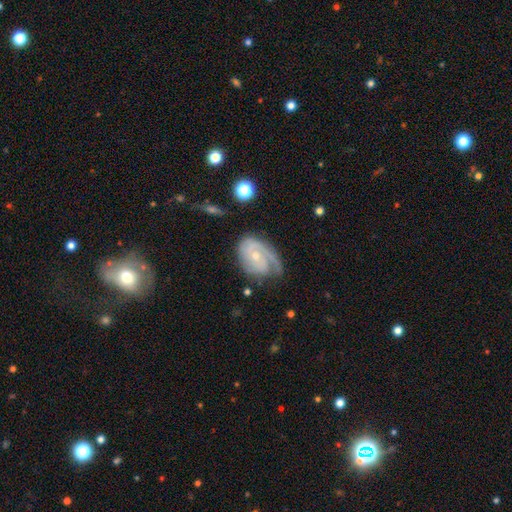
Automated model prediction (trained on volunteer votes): featured or disk 80%, smooth 14%, star or artifact 6%. Down the decision tree: edge-on disk — no (97%); bar — no (71%); spiral arms — yes (92%); spiral arm count — 1 (35%); spiral winding — tight (53%); bulge size — small (65%); merging — none (52%).